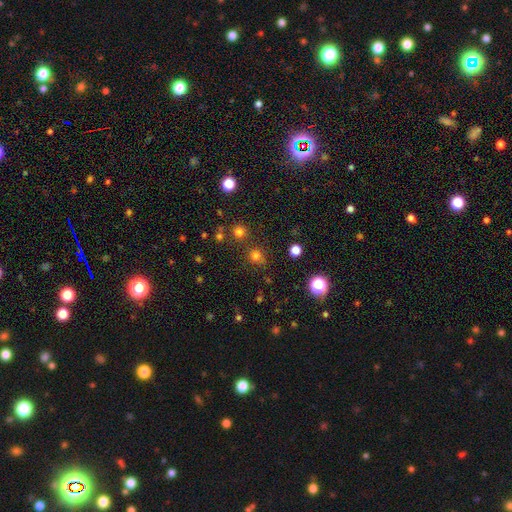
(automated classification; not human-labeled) Smooth or featured? smooth (69%)
How rounded? round (89%)
Merging? none (77%)